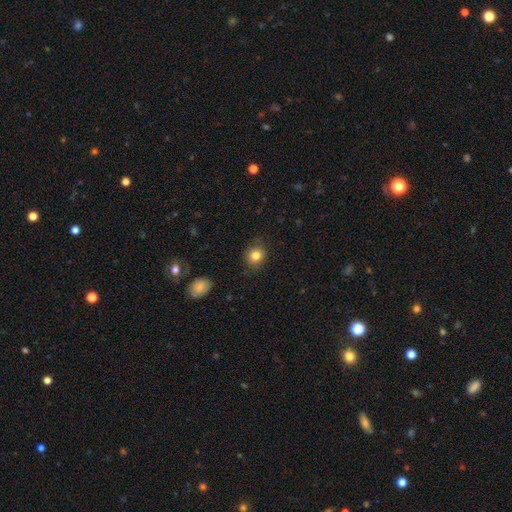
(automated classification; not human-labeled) Morphology: type=smooth (83%); roundness=round (77%); merging=none (84%).